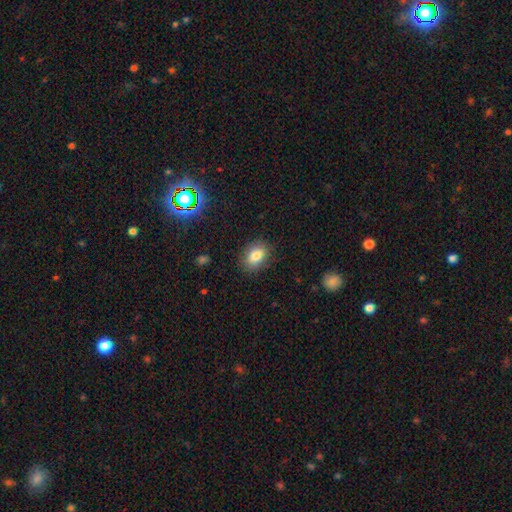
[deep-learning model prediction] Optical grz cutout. It shows a smooth galaxy with no disk features (83%) that is in between round and cigar-shaped (76%). Merging: none (84%).